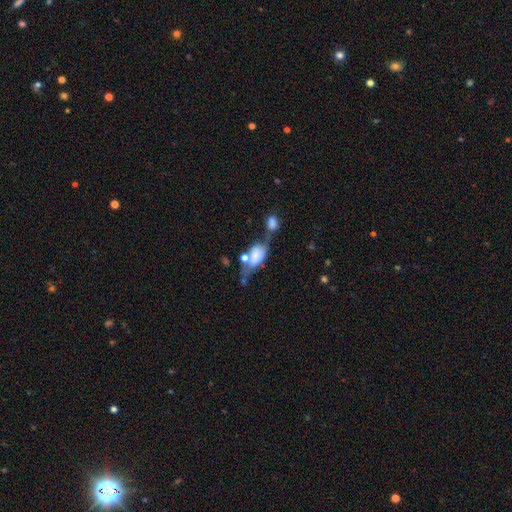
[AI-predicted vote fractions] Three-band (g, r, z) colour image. It shows a smooth galaxy with no disk features (58%) that is in between round and cigar-shaped (83%). Merging: merger (36%).